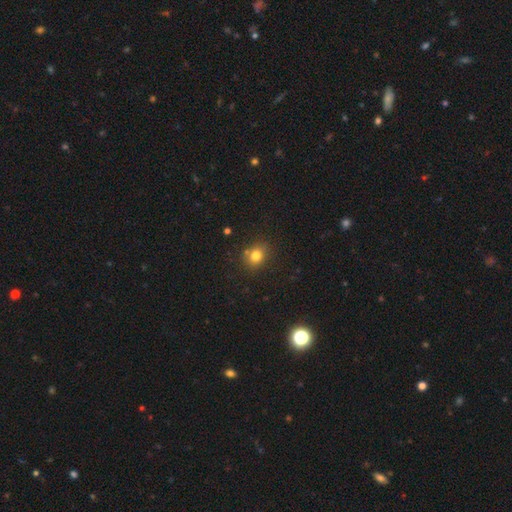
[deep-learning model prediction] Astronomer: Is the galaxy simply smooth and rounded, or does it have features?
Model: smooth — 79%.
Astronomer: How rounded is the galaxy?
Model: round — 61% (runner-up: in between, 38%).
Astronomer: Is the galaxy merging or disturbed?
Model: none — 77%.